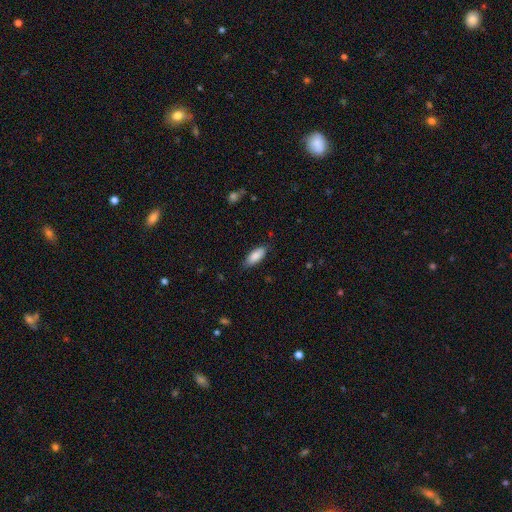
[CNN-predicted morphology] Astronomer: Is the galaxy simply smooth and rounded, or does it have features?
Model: smooth — 87%.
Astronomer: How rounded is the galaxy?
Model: in between — 80%.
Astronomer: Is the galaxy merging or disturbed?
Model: none — 82%.